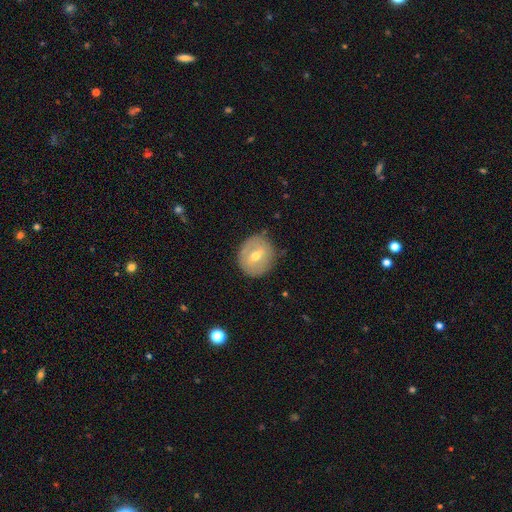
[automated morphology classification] A featured or disk galaxy (49%).

Vote fractions:
- Smooth or featured? featured or disk: 49% / smooth: 44% / star or artifact: 7%
- Merging? none: 81% / minor disturbance: 14% / major disturbance: 4% / merger: 1%